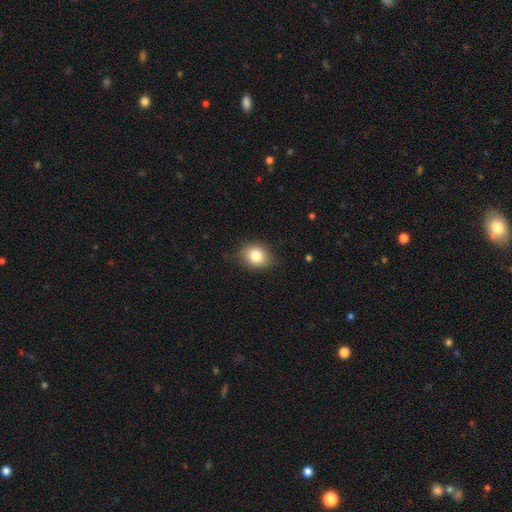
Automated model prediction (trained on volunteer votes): A smooth galaxy with no disk features (83%) that is in between round and cigar-shaped (50%). Merging: none (81%).